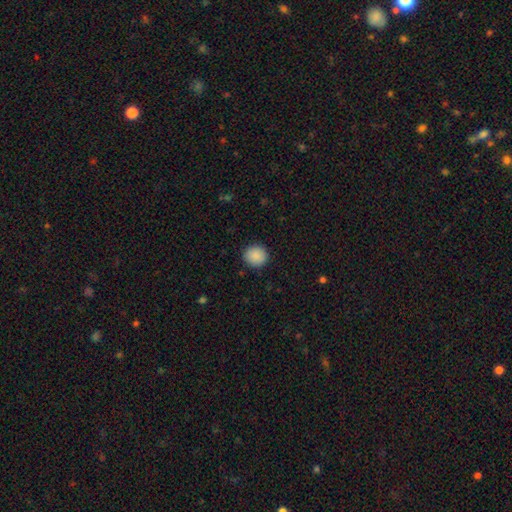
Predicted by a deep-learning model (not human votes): smooth_or_featured: smooth (p=0.90) [alt: star or artifact p=0.08]
how_rounded: round (p=0.89) [alt: in between p=0.10]
merging: none (p=0.91) [alt: minor disturbance p=0.06]